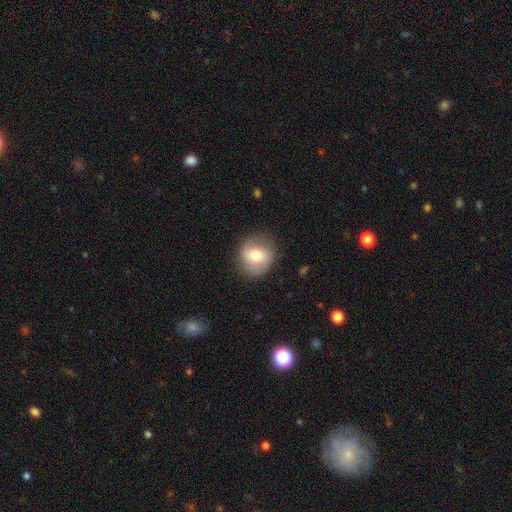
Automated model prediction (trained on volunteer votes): This appears to be a smooth galaxy with no disk features (65%) that is round (80%). Merging: none (80%).